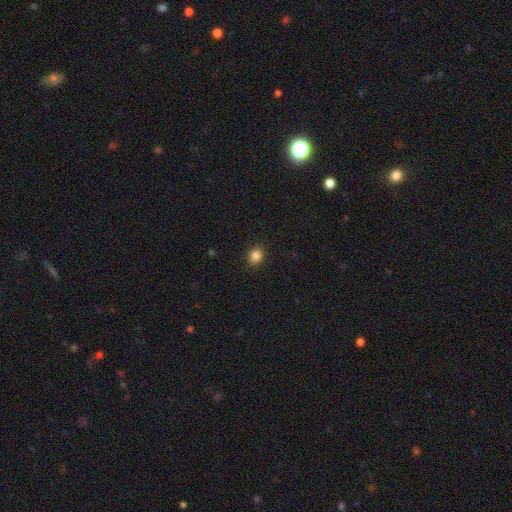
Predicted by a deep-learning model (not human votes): Morphology: type=smooth (85%); roundness=round (67%); merging=none (91%).